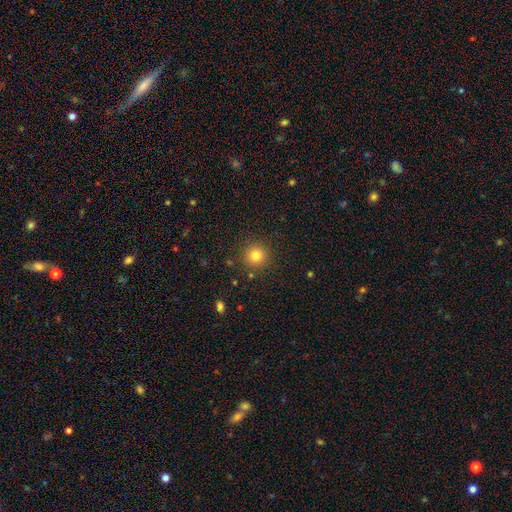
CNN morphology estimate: A smooth galaxy with no disk features (81%) that is round (94%). Merging: none (89%).